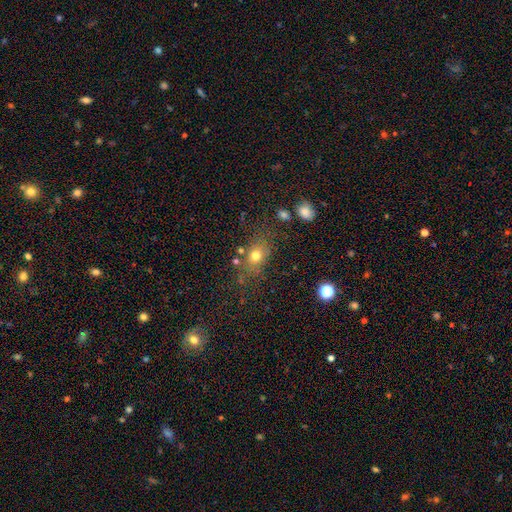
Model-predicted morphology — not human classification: smooth 72%, star or artifact 15%, featured or disk 13%. Down the decision tree: how rounded — in between (59%); merging — none (69%).